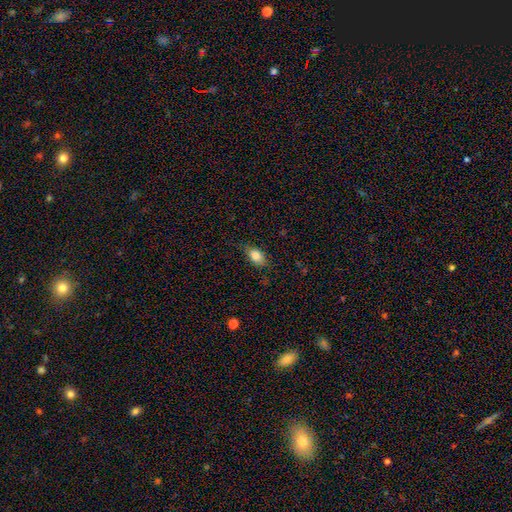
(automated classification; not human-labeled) Overall: smooth (83%). How rounded: in between (82%). Merging: none (73%).